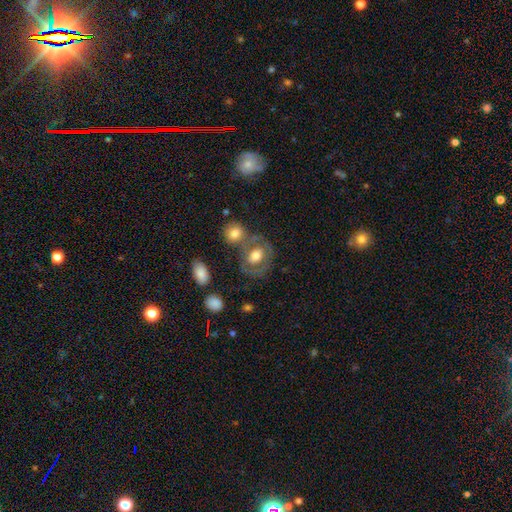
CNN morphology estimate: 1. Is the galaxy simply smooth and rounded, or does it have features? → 52% smooth, 41% featured or disk, 8% star or artifact.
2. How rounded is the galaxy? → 55% in between, 44% round, 1% cigar-shaped.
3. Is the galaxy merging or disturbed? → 53% none, 23% merger, 15% minor disturbance, 10% major disturbance.